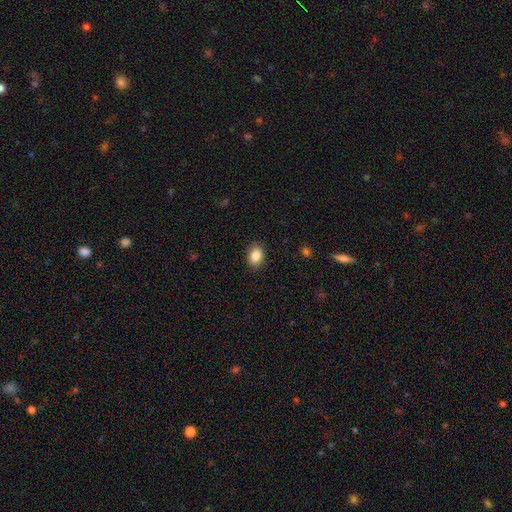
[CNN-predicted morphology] Smooth or featured: smooth — 85% (star or artifact — 8%)
How rounded: in between — 78% (round — 21%)
Merging: none — 88% (minor disturbance — 9%)